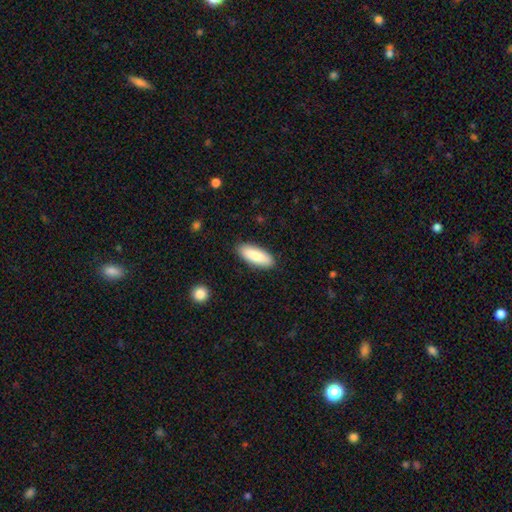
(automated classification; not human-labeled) smooth-or-featured: smooth: 86% | featured or disk: 9% | star or artifact: 5%
  how-rounded: in between: 66% | cigar-shaped: 33% | round: 2%
  merging: none: 89% | minor disturbance: 8% | major disturbance: 2% | merger: 1%